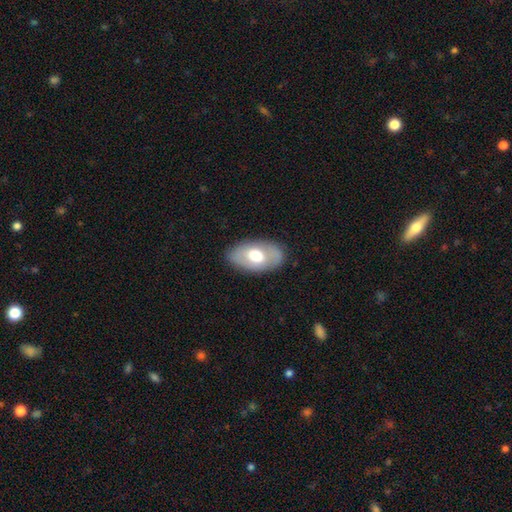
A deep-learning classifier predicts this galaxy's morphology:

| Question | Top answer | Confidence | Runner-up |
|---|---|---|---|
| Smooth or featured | smooth | 58% | featured or disk (36%) |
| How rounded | in between | 92% | round (6%) |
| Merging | none | 82% | minor disturbance (13%) |